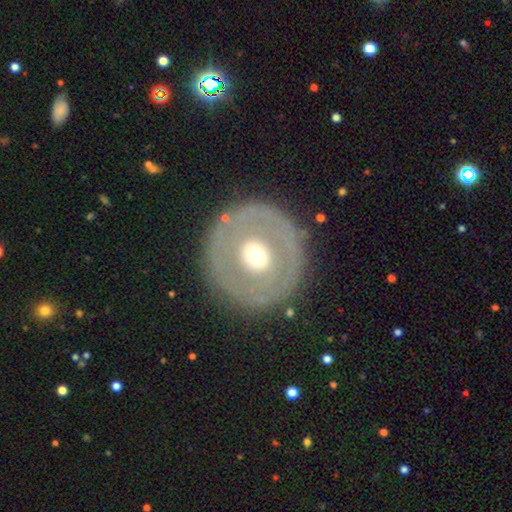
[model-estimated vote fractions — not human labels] Smooth or featured?
  - featured or disk: 54% *
  - smooth: 39%
  - star or artifact: 7%
Edge-on disk?
  - no: 94% *
  - yes: 6%
Bar?
  - no: 71% *
  - weak: 20%
  - strong: 9%
Spiral arms?
  - no: 86% *
  - yes: 14%
Bulge size?
  - moderate: 67% *
  - small: 18%
  - large: 12%
  - dominant: 2%
  - none: 1%
Merging?
  - none: 83% *
  - minor disturbance: 10%
  - major disturbance: 6%
  - merger: 2%